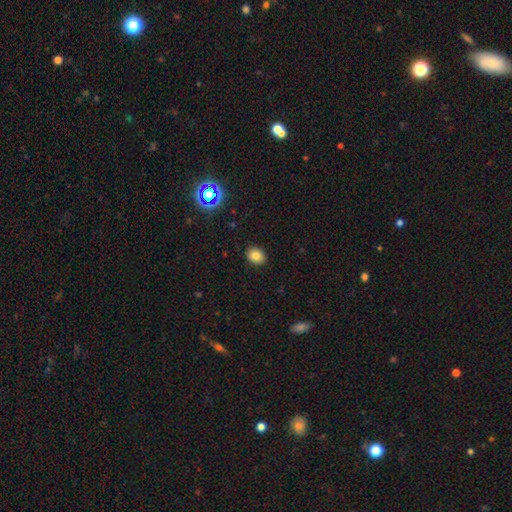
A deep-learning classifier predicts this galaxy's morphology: This is clearly a smooth galaxy (82%). How rounded: possibly in between (50%). Merging: clearly none (90%).